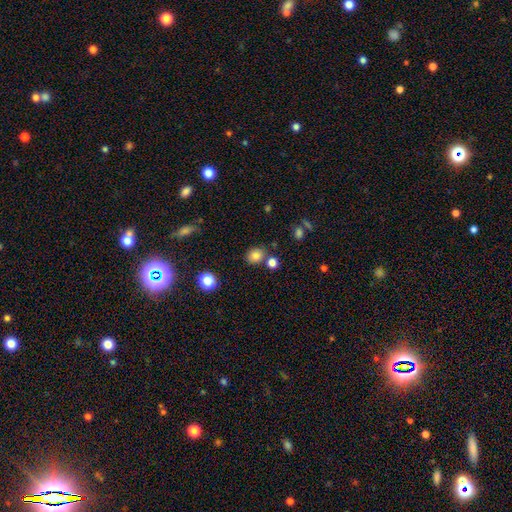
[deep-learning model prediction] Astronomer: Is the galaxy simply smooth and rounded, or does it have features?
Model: smooth — 82%.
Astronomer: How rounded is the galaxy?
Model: round — 69%.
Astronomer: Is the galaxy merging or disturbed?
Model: none — 74%.